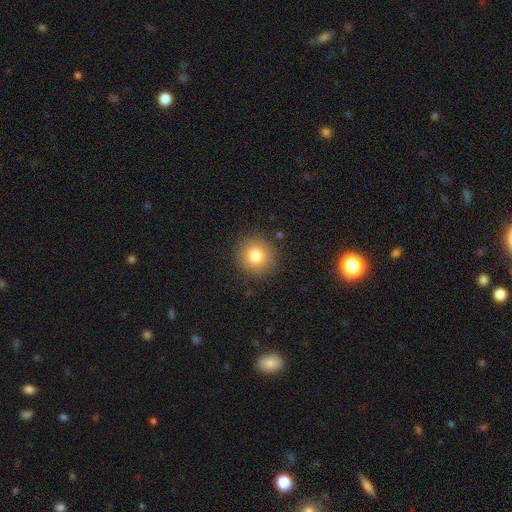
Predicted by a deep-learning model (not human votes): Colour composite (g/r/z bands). It shows a smooth galaxy with no disk features (80%) that is round (94%). Merging: none (89%).